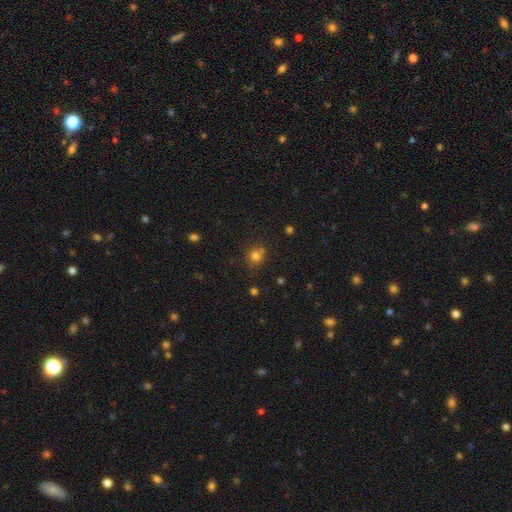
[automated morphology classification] type=smooth (74%); roundness=round (80%); merging=none (63%).